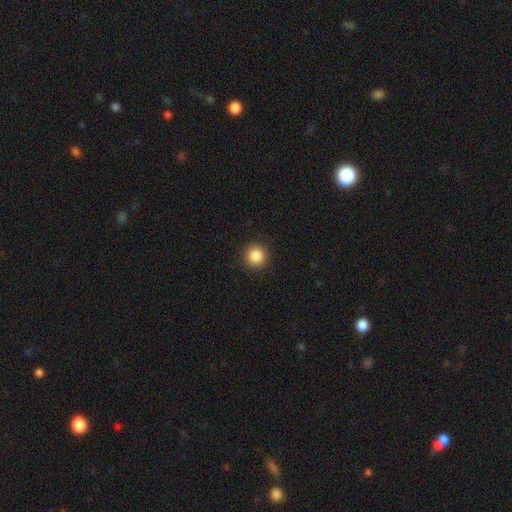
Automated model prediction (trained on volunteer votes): This appears to be a smooth galaxy with no disk features (87%) that is round (94%). Merging: none (92%).